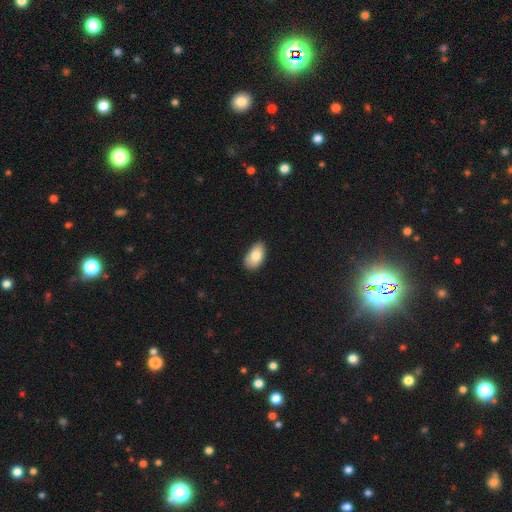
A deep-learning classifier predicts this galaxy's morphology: A smooth galaxy with no disk features (81%) that is in between round and cigar-shaped (93%).

Vote fractions:
- Smooth or featured? smooth: 81% / featured or disk: 12% / star or artifact: 7%
- How rounded? in between: 93% / round: 5% / cigar-shaped: 2%
- Merging? none: 72% / minor disturbance: 23% / major disturbance: 3% / merger: 1%